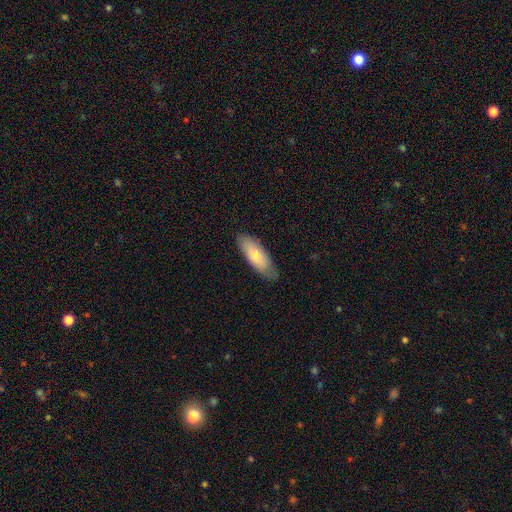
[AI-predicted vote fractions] A smooth galaxy with no disk features (69%) that is in between round and cigar-shaped (64%).

Vote fractions:
- Smooth or featured? smooth: 69% / featured or disk: 25% / star or artifact: 6%
- How rounded? in between: 64% / cigar-shaped: 34% / round: 2%
- Merging? none: 79% / minor disturbance: 17% / major disturbance: 3% / merger: 1%